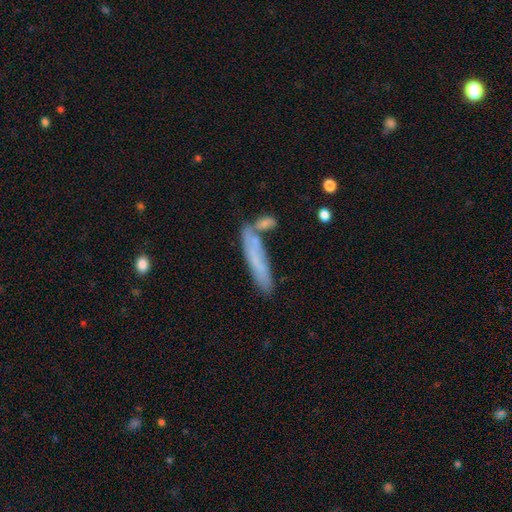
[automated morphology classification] smooth-or-featured: smooth: 61% | featured or disk: 29% | star or artifact: 10%
  how-rounded: cigar-shaped: 86% | in between: 12% | round: 2%
  merging: none: 60% | minor disturbance: 17% | merger: 17% | major disturbance: 6%